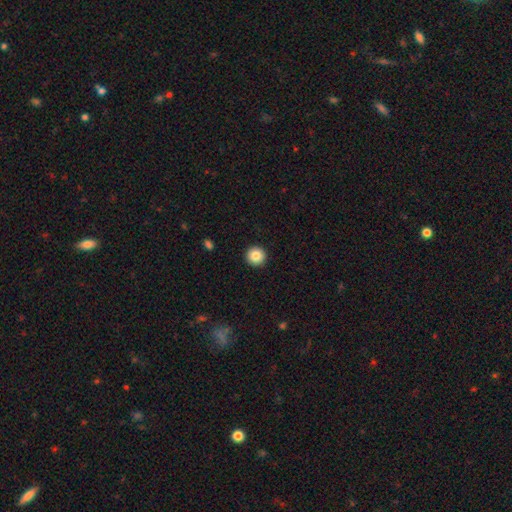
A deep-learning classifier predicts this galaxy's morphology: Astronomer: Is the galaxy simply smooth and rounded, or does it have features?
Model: smooth — 85%.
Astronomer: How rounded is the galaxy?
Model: round — 96%.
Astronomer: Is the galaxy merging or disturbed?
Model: none — 94%.